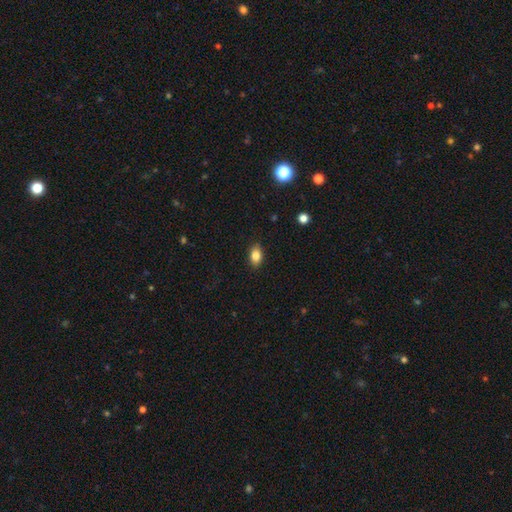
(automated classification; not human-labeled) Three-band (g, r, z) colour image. It shows a smooth galaxy with no disk features (82%) that is in between round and cigar-shaped (86%). Merging: none (88%).